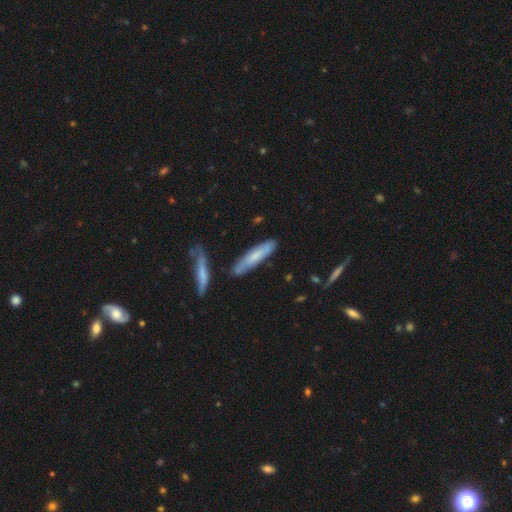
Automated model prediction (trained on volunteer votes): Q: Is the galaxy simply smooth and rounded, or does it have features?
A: smooth — 62%.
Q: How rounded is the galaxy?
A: cigar-shaped — 80%.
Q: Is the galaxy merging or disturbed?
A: none — 75%.